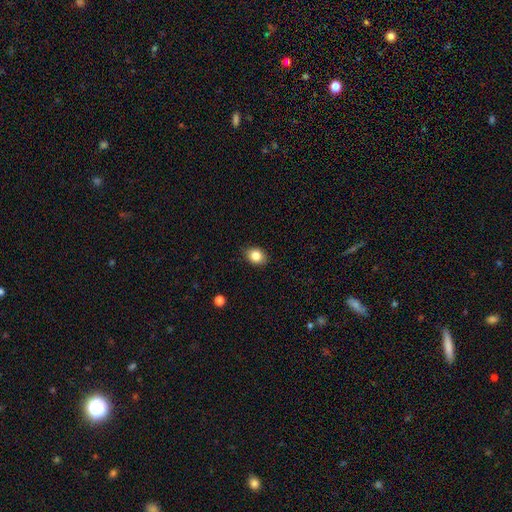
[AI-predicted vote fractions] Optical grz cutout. It shows a smooth galaxy with no disk features (84%) that is in between round and cigar-shaped (57%). Merging: none (86%).